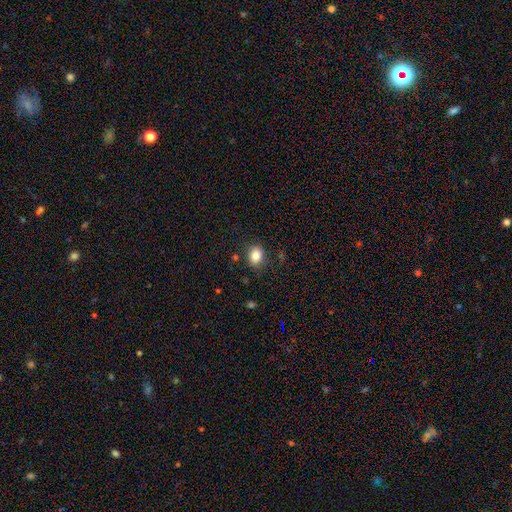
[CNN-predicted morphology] Smooth or featured? smooth (84%)
How rounded? in between (55%)
Merging? none (84%)